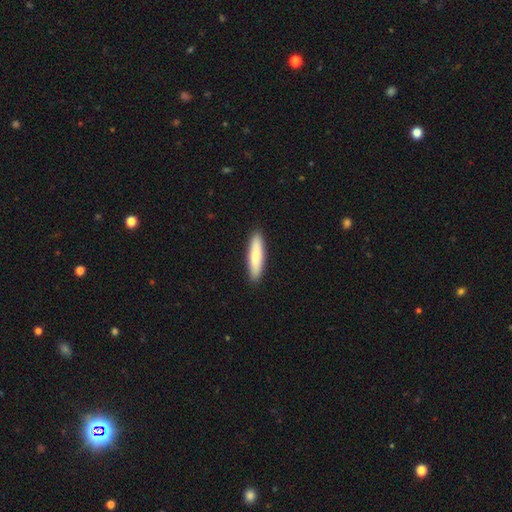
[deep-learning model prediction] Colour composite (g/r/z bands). It shows a smooth galaxy with no disk features (76%) that is cigar-shaped (78%). Merging: none (91%).